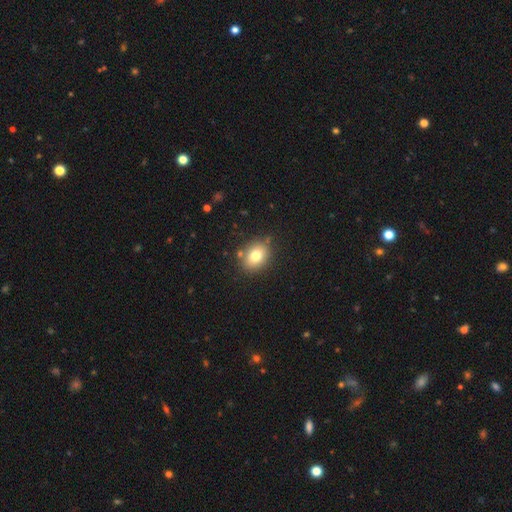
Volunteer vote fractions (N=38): smooth 71%, featured or disk 21%, star or artifact 8%. Down the decision tree: how rounded — in between (52%); merging — none (83%).